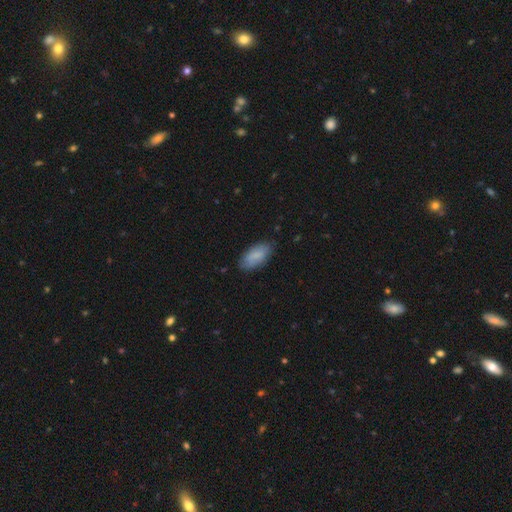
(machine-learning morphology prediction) Q: Smooth or featured?
A: smooth (83%); runner-up: featured or disk (11%)
Q: How rounded?
A: in between (91%); runner-up: cigar-shaped (7%)
Q: Merging?
A: none (79%); runner-up: minor disturbance (16%)